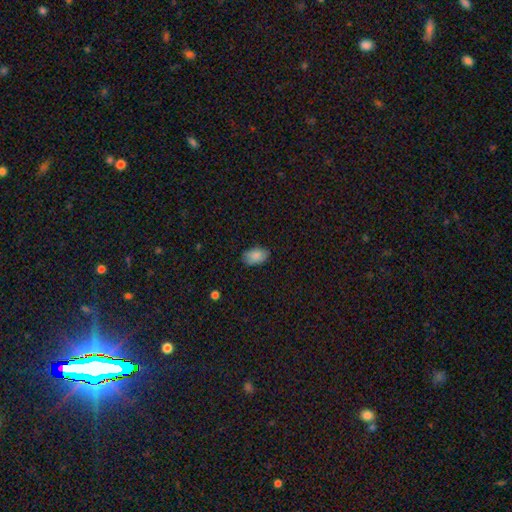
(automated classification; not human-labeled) A smooth galaxy with no disk features (87%) that is in between round and cigar-shaped (90%). Merging: none (82%).